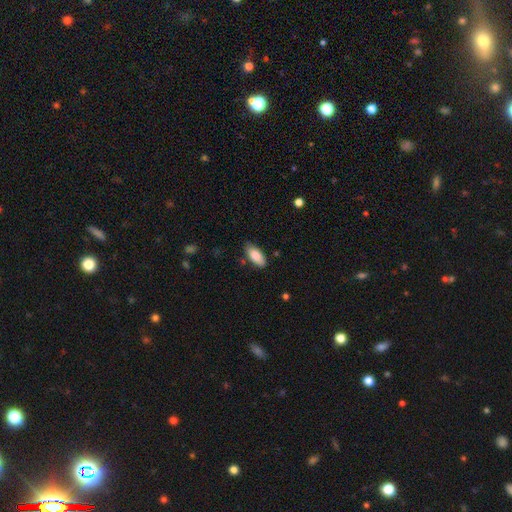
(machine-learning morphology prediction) smooth 84%, featured or disk 10%, star or artifact 6%. Down the decision tree: how rounded — in between (89%); merging — none (78%).